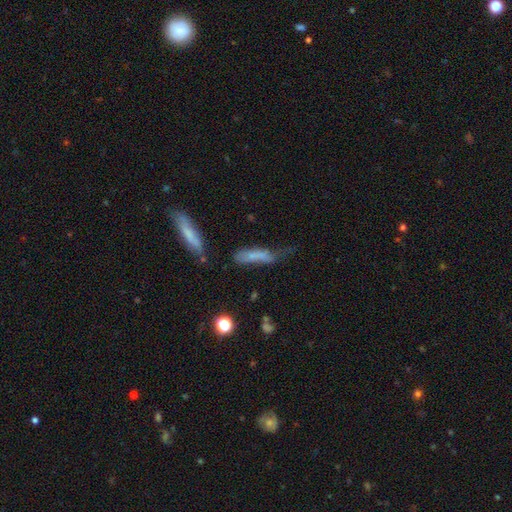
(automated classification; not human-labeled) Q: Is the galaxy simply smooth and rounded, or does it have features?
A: smooth — 63%.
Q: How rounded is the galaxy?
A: cigar-shaped — 68%.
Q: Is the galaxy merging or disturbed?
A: none — 31%.